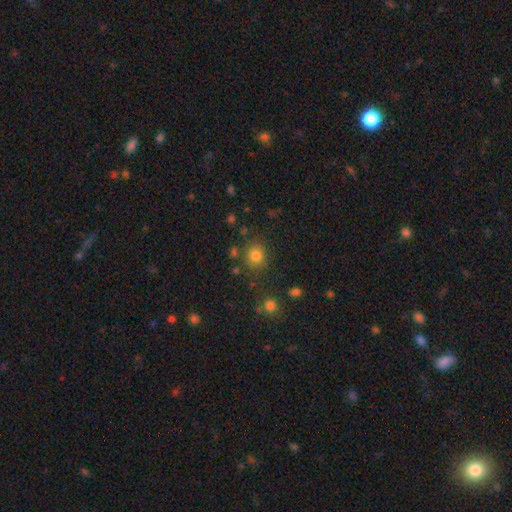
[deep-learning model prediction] Smooth or featured? Predicted: smooth (p=0.80). How rounded? Predicted: round (p=0.83). Merging? Predicted: none (p=0.78).